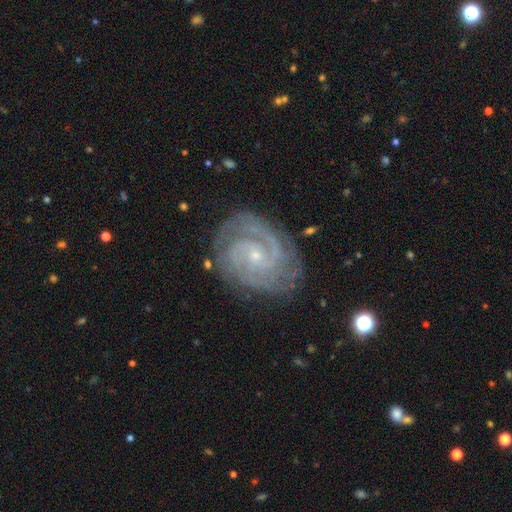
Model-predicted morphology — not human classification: smooth-or-featured: featured or disk: 91% | star or artifact: 5% | smooth: 3%
  disk-edge-on: no: 98% | yes: 2%
    bar: no: 66% | weak: 26% | strong: 8%
    has-spiral-arms: yes: 98% | no: 2%
      spiral-winding: tight: 72% | medium: 25% | loose: 3%
      spiral-arm-count: 2: 51% | 3: 21% | can't tell: 10% | 4: 8% | more than 4: 5% | 1: 5%
    bulge-size: small: 83% | moderate: 13% | none: 2% | large: 1% | dominant: 1%
  merging: none: 79% | minor disturbance: 15% | major disturbance: 5% | merger: 1%